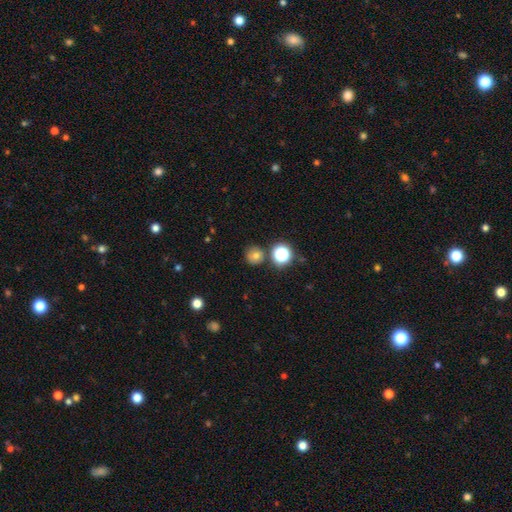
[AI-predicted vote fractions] Morphology: type=smooth (69%); roundness=round (93%); merging=none (81%).